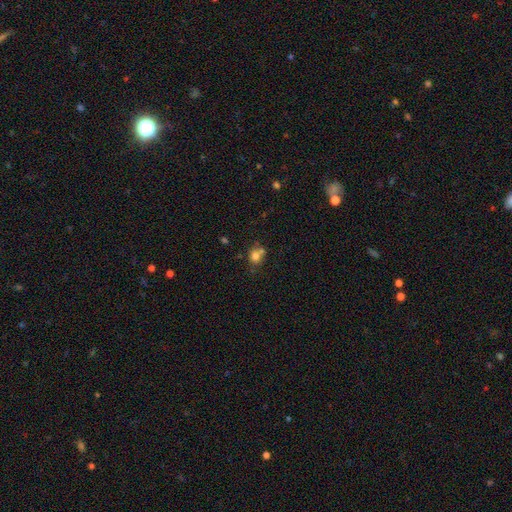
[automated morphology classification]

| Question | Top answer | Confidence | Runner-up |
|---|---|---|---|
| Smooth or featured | smooth | 75% | star or artifact (13%) |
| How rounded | round | 69% | in between (30%) |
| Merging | none | 49% | merger (32%) |